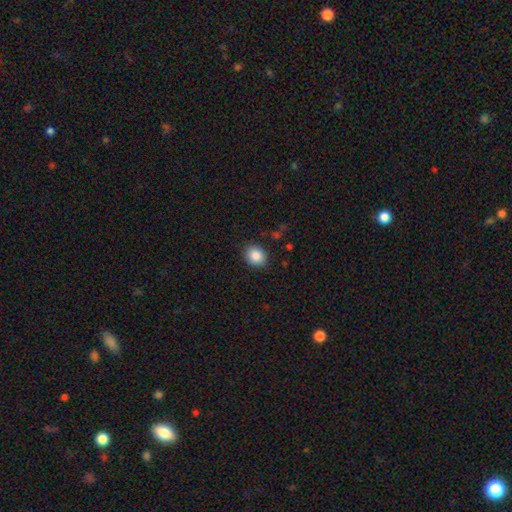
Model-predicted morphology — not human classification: type=smooth (86%); roundness=round (63%); merging=none (88%).